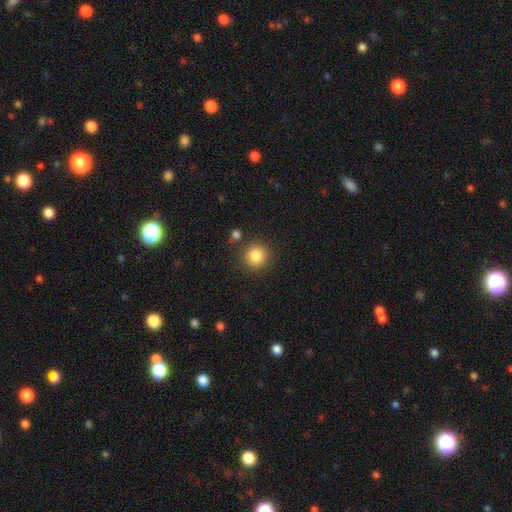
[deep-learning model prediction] The model was most divided on "smooth or featured": smooth: 85%, star or artifact: 10%, featured or disk: 5%. More confident: how rounded — round (92%); merging — none (85%).